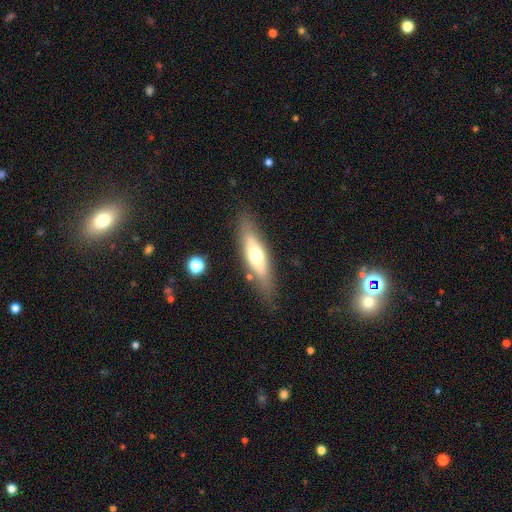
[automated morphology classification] A smooth galaxy with no disk features (52%) that is cigar-shaped (56%).

Vote fractions:
- Smooth or featured? smooth: 52% / featured or disk: 41% / star or artifact: 7%
- How rounded? cigar-shaped: 56% / in between: 42% / round: 2%
- Merging? none: 79% / minor disturbance: 14% / major disturbance: 4% / merger: 3%